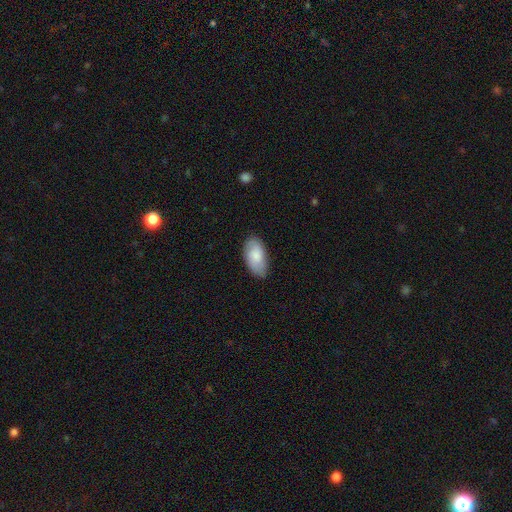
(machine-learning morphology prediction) A smooth galaxy with no disk features (77%) that is in between round and cigar-shaped (95%). Merging: none (81%).